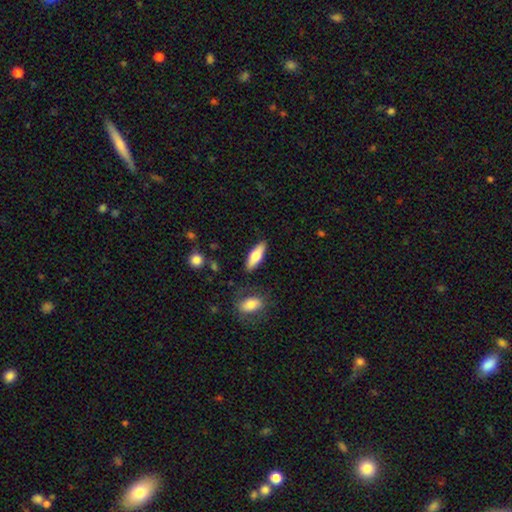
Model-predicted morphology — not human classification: Smooth or featured: smooth — 66% (featured or disk — 29%)
How rounded: in between — 50% (cigar-shaped — 48%)
Merging: none — 84% (minor disturbance — 10%)